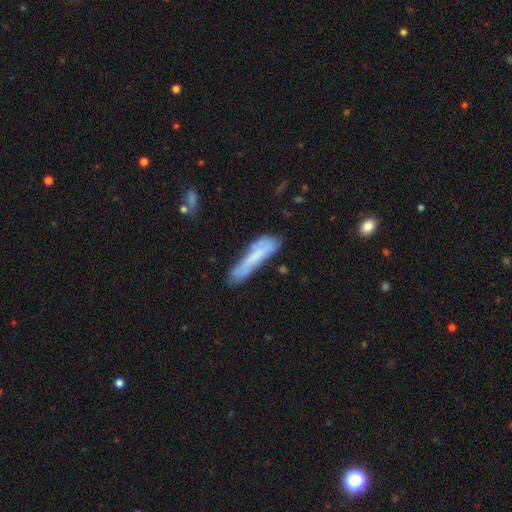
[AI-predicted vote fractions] This is likely a smooth galaxy (64%). How rounded: clearly cigar-shaped (85%). Merging: possibly none (57%).